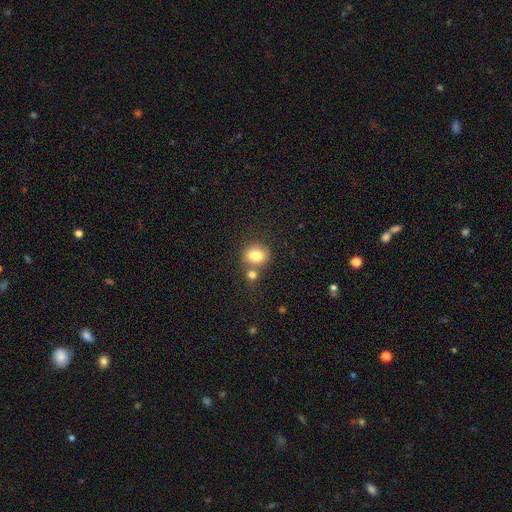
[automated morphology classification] Smooth or featured: smooth — 80% (star or artifact — 10%)
How rounded: round — 76% (in between — 23%)
Merging: none — 61% (merger — 26%)